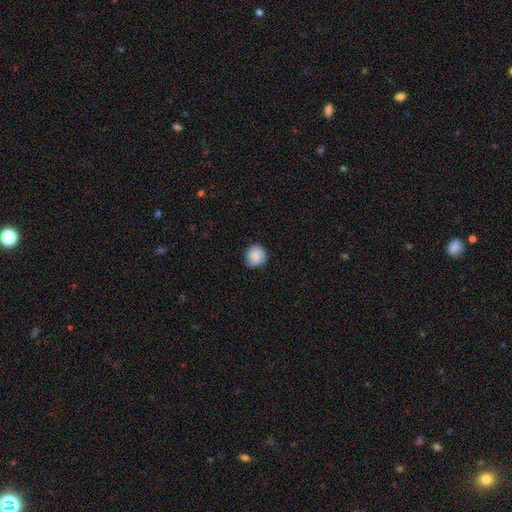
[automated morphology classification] This appears to be a smooth galaxy with no disk features (83%) that is round (88%). Merging: none (80%).